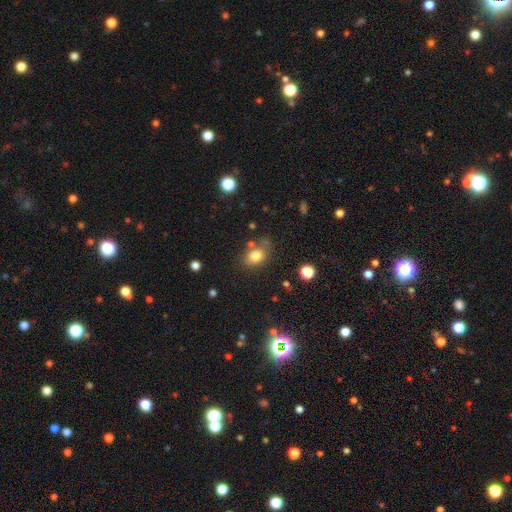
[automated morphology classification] This appears to be a smooth galaxy with no disk features (80%) that is in between round and cigar-shaped (66%). Merging: none (65%).